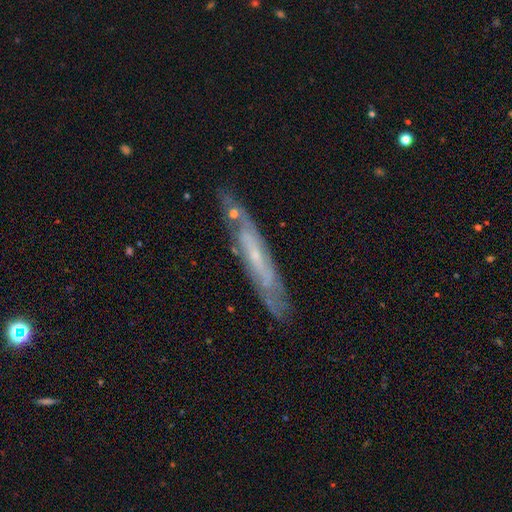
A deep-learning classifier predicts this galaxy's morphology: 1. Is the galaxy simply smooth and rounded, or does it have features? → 69% featured or disk, 24% smooth, 8% star or artifact.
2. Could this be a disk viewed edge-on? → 62% yes, 38% no.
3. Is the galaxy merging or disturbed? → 76% none, 16% minor disturbance, 4% major disturbance, 4% merger.